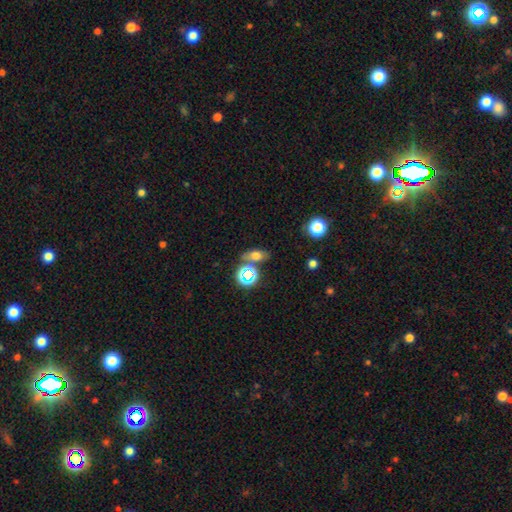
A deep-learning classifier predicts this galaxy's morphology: Smooth or featured?
  - smooth: 60% *
  - star or artifact: 23%
  - featured or disk: 17%
How rounded?
  - in between: 70% *
  - round: 22%
  - cigar-shaped: 8%
Merging?
  - none: 67% *
  - merger: 15%
  - minor disturbance: 13%
  - major disturbance: 5%